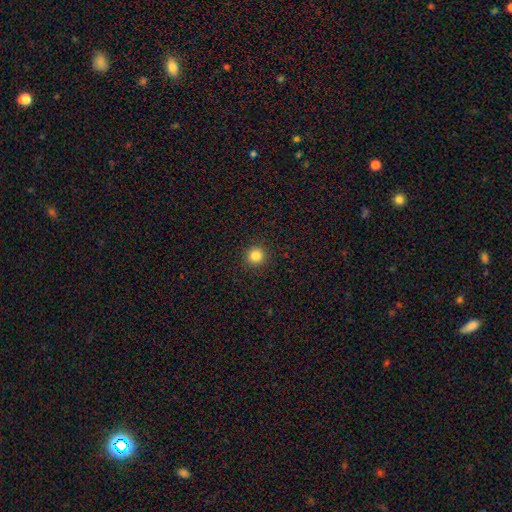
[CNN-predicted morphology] smooth_or_featured: smooth (p=0.84) [alt: star or artifact p=0.12]
how_rounded: round (p=0.95) [alt: in between p=0.04]
merging: none (p=0.93) [alt: minor disturbance p=0.05]